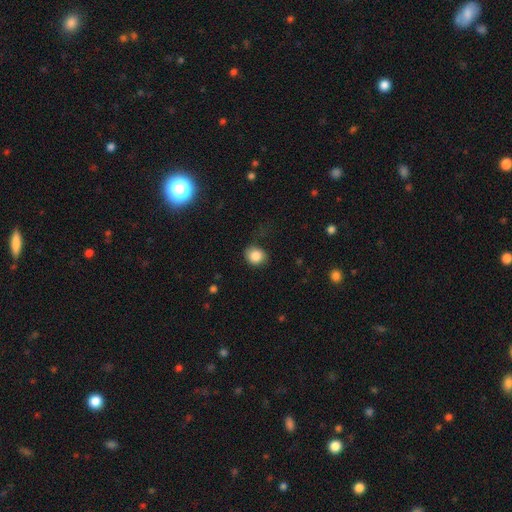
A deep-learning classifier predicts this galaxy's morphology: This is clearly a smooth galaxy (85%). How rounded: likely round (74%). Merging: likely none (71%).